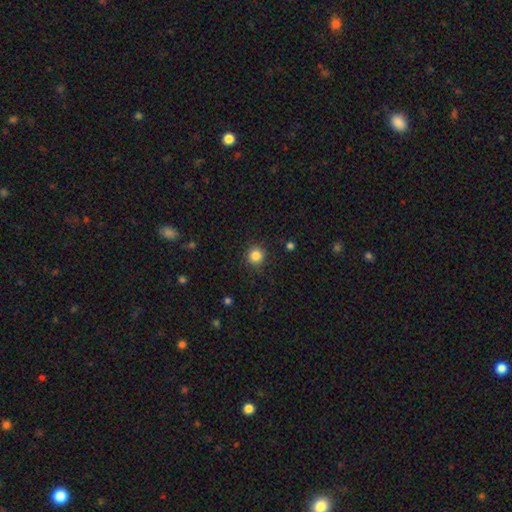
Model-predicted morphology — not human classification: smooth-or-featured: smooth: 85% | star or artifact: 12% | featured or disk: 4%
  how-rounded: round: 93% | in between: 6% | cigar-shaped: 1%
  merging: none: 89% | minor disturbance: 7% | major disturbance: 3% | merger: 1%